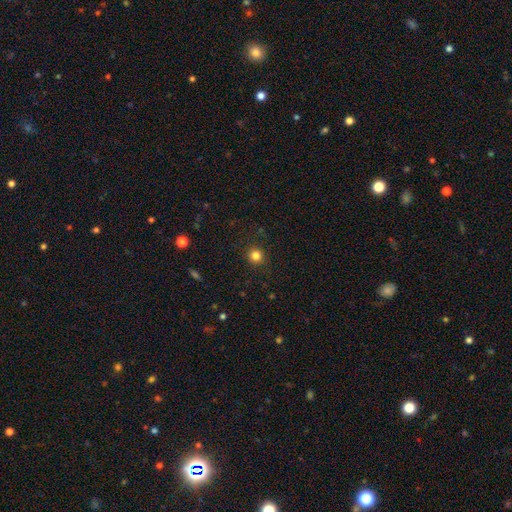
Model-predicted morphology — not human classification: This appears to be a smooth galaxy with no disk features (82%) that is round (93%). Merging: none (91%).